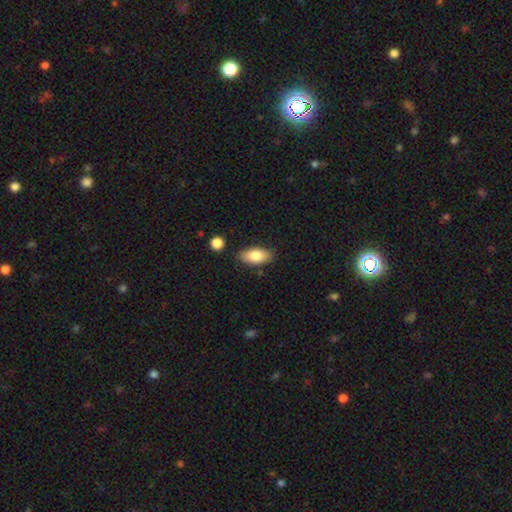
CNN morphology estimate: Q: Smooth or featured?
A: smooth (81%); runner-up: featured or disk (12%)
Q: How rounded?
A: in between (89%); runner-up: cigar-shaped (8%)
Q: Merging?
A: none (84%); runner-up: minor disturbance (11%)